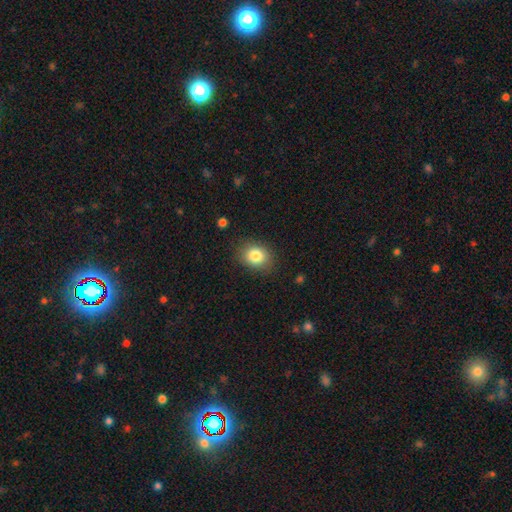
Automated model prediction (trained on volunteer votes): Overall: smooth (83%). How rounded: round (56%; in between 43%). Merging: none (84%).